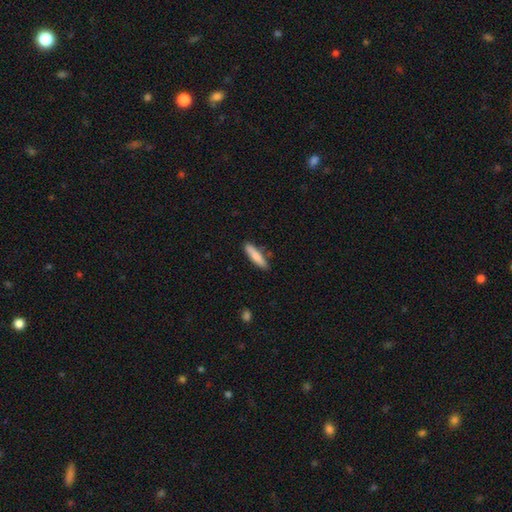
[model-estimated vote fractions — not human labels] Smooth or featured? Predicted: smooth (p=0.81). How rounded? Predicted: cigar-shaped (p=0.79). Merging? Predicted: none (p=0.82).